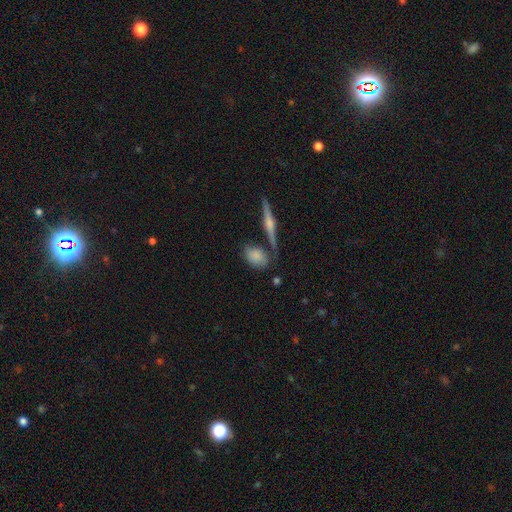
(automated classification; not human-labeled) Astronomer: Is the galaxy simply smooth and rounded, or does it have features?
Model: smooth — 72%.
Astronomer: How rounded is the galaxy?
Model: in between — 70%.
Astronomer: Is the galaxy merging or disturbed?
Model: none — 59%.